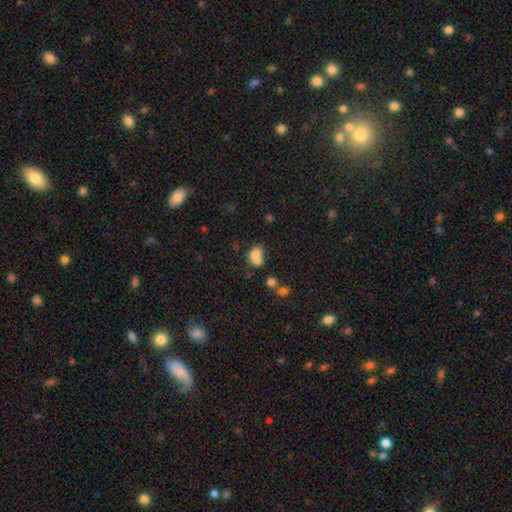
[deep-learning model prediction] This is likely a smooth galaxy (71%). How rounded: possibly in between (52%). Merging: possibly merger (55%).